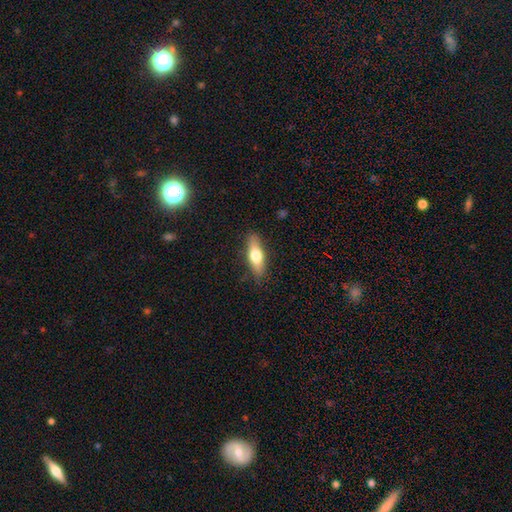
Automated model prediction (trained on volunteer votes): Smooth or featured: smooth — 63% (featured or disk — 31%)
How rounded: in between — 53% (cigar-shaped — 44%)
Merging: none — 86% (minor disturbance — 10%)